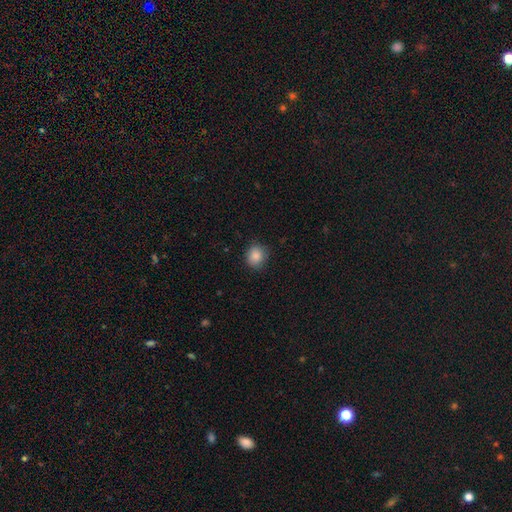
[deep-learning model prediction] Smooth or featured: smooth — 86% (star or artifact — 9%)
How rounded: round — 74% (in between — 25%)
Merging: none — 83% (minor disturbance — 13%)